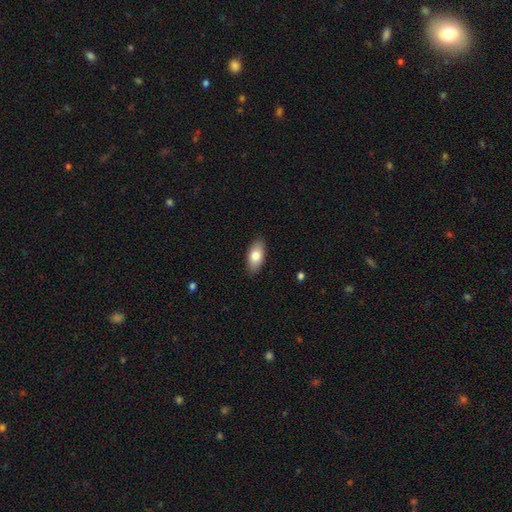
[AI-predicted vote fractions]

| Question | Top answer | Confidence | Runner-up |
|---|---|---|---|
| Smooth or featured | smooth | 82% | featured or disk (12%) |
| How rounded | in between | 91% | cigar-shaped (6%) |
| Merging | none | 88% | minor disturbance (9%) |